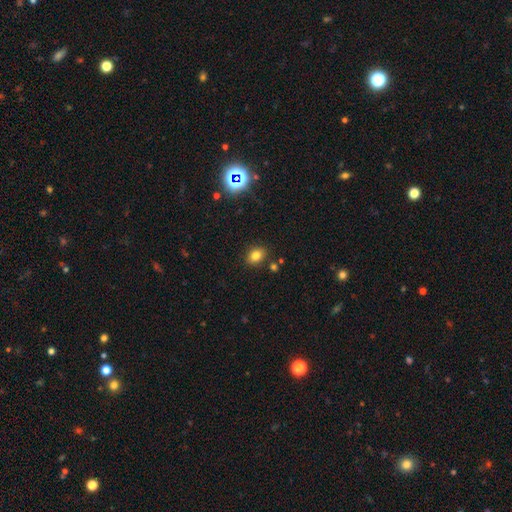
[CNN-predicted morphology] smooth 80%, star or artifact 13%, featured or disk 7%. Down the decision tree: how rounded — in between (60%); merging — none (84%).